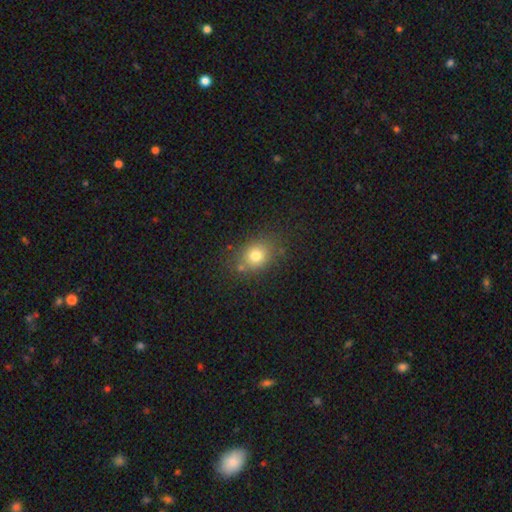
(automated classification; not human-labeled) Smooth or featured? smooth (76%)
How rounded? round (56%)
Merging? none (76%)